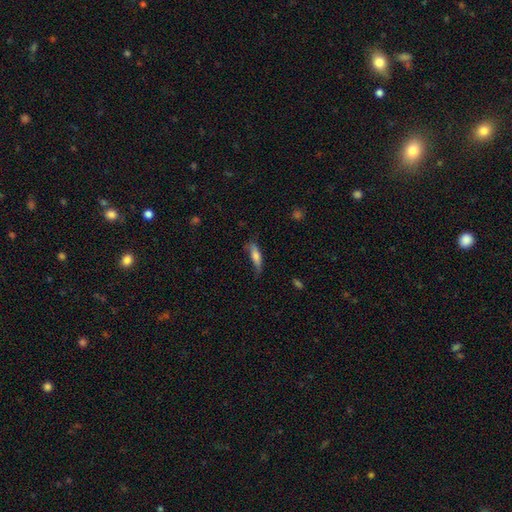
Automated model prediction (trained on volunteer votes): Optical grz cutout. It shows a smooth galaxy with no disk features (68%) that is cigar-shaped (66%). Merging: none (55%).